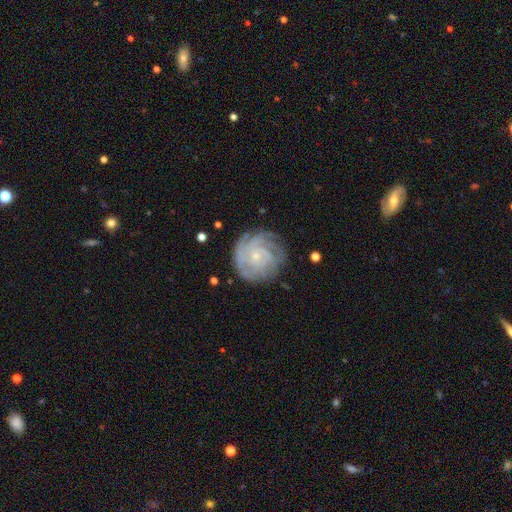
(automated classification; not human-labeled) Morphology: type=featured or disk (81%); edge-on=no (98%); bar=no (77%); spiral arms=yes (96%); winding=tight (76%); arm count=4 (29%); bulge=small (79%); merging=none (78%).